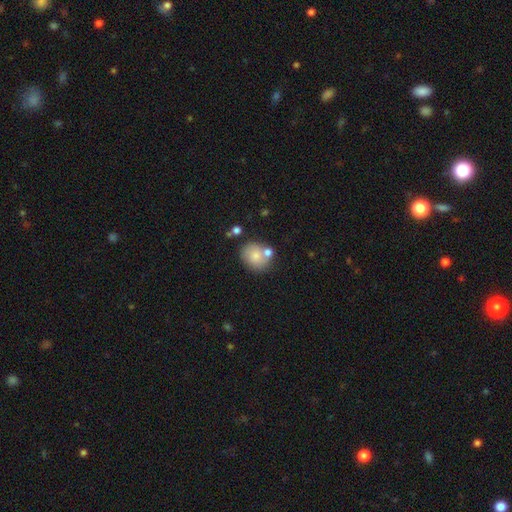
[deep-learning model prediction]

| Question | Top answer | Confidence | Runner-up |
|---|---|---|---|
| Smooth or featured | smooth | 76% | featured or disk (15%) |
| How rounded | round | 76% | in between (23%) |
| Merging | none | 63% | merger (18%) |